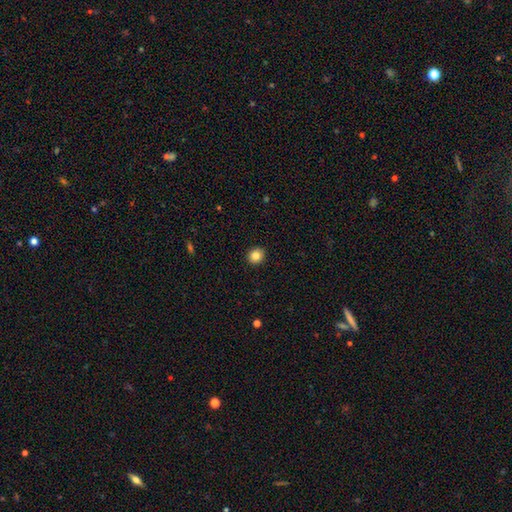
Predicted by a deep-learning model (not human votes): This is clearly a smooth galaxy (84%). How rounded: clearly round (82%). Merging: clearly none (92%).